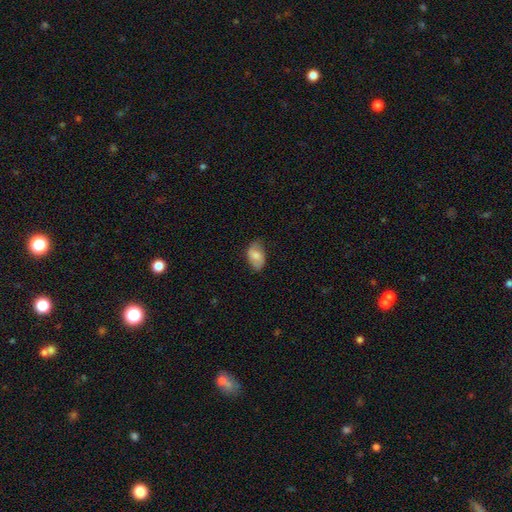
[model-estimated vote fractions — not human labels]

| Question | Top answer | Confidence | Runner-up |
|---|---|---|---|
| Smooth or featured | smooth | 53% | featured or disk (40%) |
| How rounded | in between | 89% | round (10%) |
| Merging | none | 71% | minor disturbance (22%) |